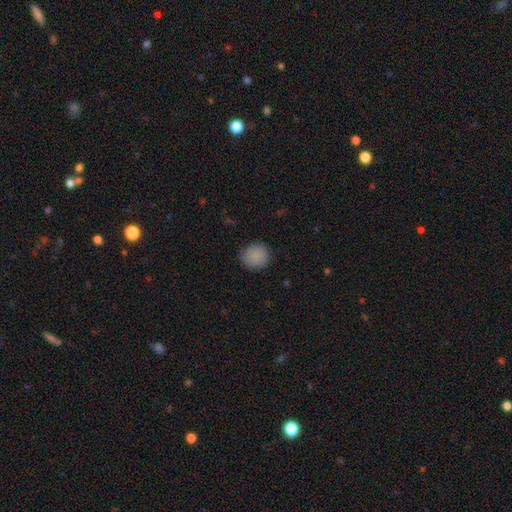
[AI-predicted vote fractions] Smooth or featured: smooth — 87% (star or artifact — 8%)
How rounded: round — 86% (in between — 13%)
Merging: none — 85% (minor disturbance — 12%)